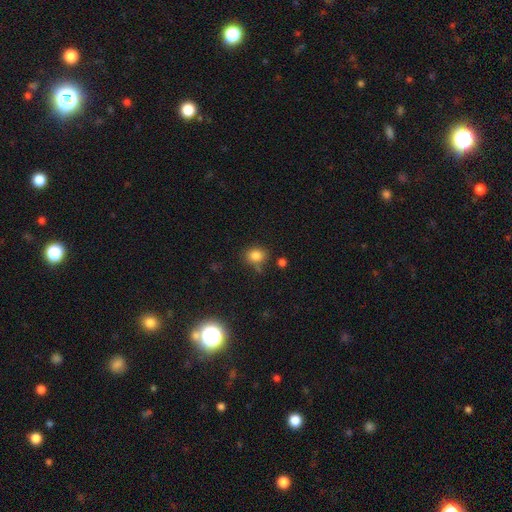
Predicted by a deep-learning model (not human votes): A smooth galaxy with no disk features (82%) that is round (60%).

Vote fractions:
- Smooth or featured? smooth: 82% / star or artifact: 12% / featured or disk: 6%
- How rounded? round: 60% / in between: 39% / cigar-shaped: 1%
- Merging? none: 71% / minor disturbance: 17% / merger: 8% / major disturbance: 5%